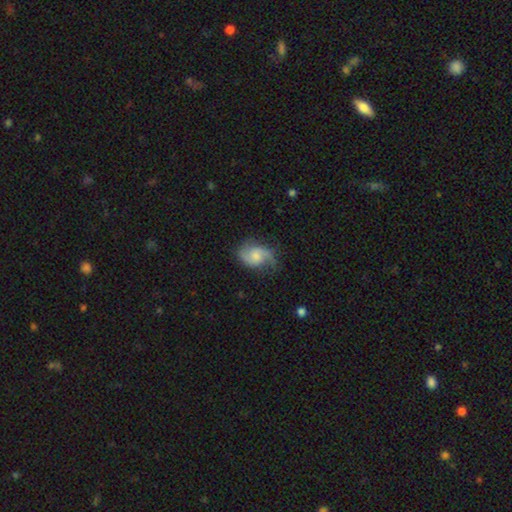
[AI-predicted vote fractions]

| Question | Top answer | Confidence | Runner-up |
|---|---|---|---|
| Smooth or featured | featured or disk | 69% | smooth (24%) |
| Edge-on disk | no | 97% | yes (3%) |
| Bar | no | 60% | weak (35%) |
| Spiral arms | yes | 93% | no (7%) |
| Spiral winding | loose | 48% | medium (39%) |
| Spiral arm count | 2 | 82% | 1 (8%) |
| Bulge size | small | 44% | moderate (36%) |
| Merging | none | 60% | minor disturbance (25%) |